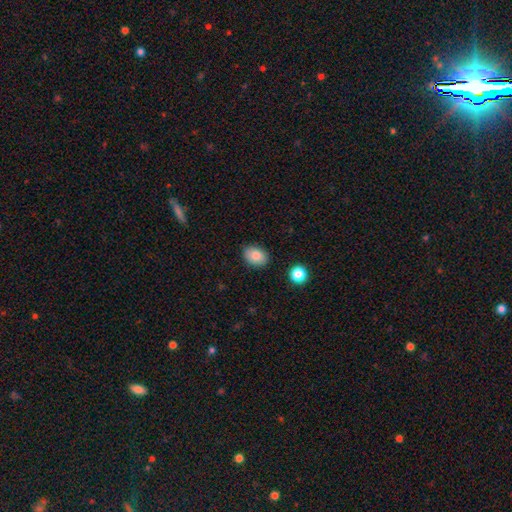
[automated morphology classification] smooth_or_featured: smooth (p=0.85) [alt: star or artifact p=0.08]
how_rounded: in between (p=0.74) [alt: round p=0.25]
merging: none (p=0.85) [alt: minor disturbance p=0.11]